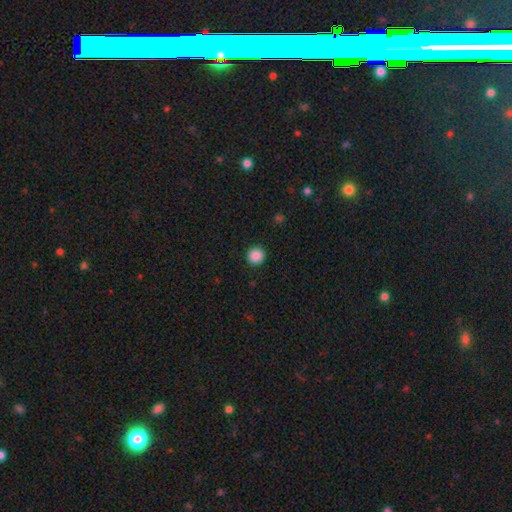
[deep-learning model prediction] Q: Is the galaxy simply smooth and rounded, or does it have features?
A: smooth — 88%.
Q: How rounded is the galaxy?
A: round — 95%.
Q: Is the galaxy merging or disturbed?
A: none — 93%.